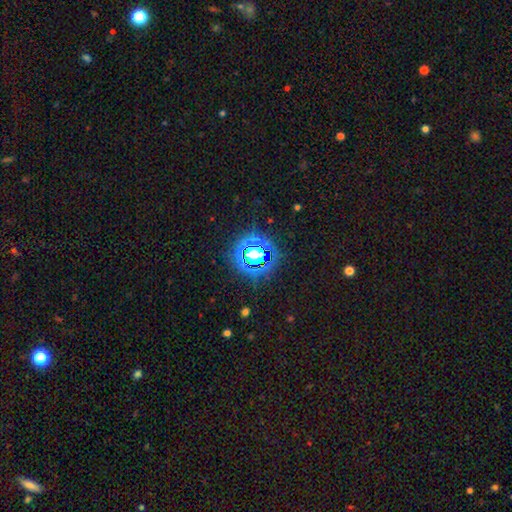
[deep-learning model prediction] A star or artifact, not a galaxy (71%).